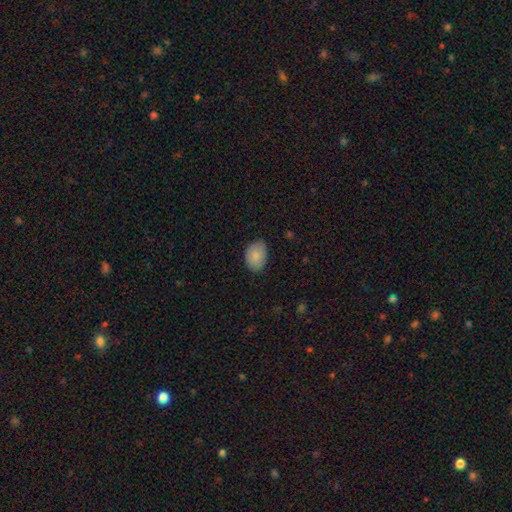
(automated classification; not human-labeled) smooth-or-featured: smooth: 86% | featured or disk: 8% | star or artifact: 7%
  how-rounded: in between: 79% | round: 20% | cigar-shaped: 1%
  merging: none: 81% | minor disturbance: 15% | major disturbance: 3% | merger: 1%